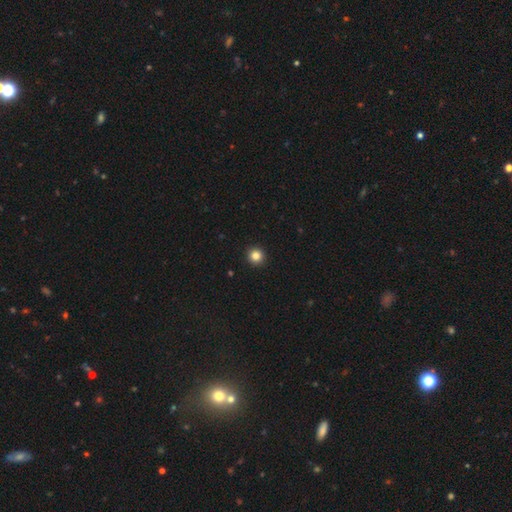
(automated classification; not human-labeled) A smooth galaxy with no disk features (84%) that is round (95%).

Vote fractions:
- Smooth or featured? smooth: 84% / star or artifact: 12% / featured or disk: 5%
- How rounded? round: 95% / in between: 4% / cigar-shaped: 1%
- Merging? none: 94% / minor disturbance: 4% / major disturbance: 1% / merger: 1%